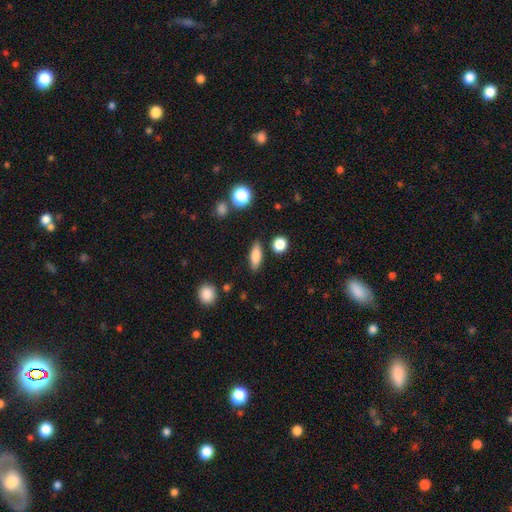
smooth 82%, featured or disk 13%, star or artifact 5%. Down the decision tree: how rounded — in between (58%); merging — none (86%).